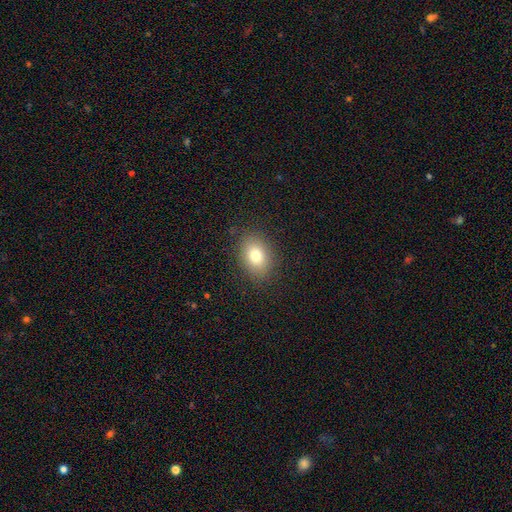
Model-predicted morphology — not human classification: This appears to be a smooth galaxy with no disk features (78%) that is in between round and cigar-shaped (71%). Merging: none (86%).